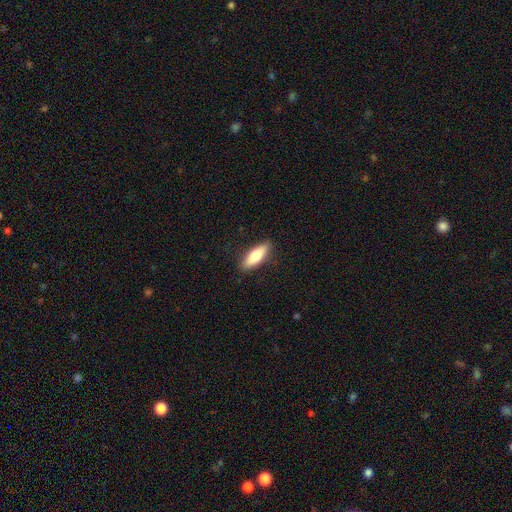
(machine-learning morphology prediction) A smooth galaxy with no disk features (74%) that is cigar-shaped (51%). Merging: none (88%).